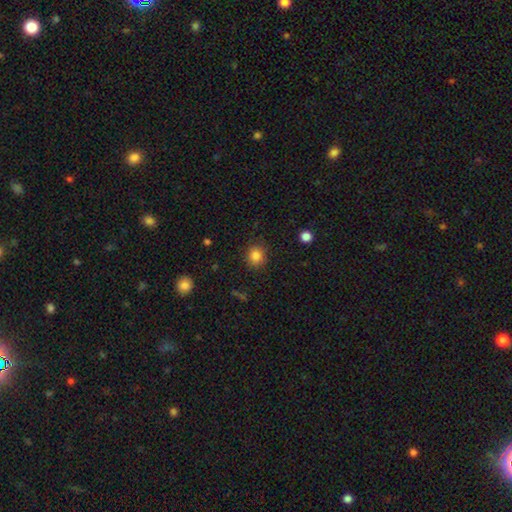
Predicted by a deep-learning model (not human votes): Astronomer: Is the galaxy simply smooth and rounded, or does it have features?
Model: smooth — 84%.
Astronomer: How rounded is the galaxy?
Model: round — 83%.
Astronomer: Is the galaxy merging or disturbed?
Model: none — 87%.